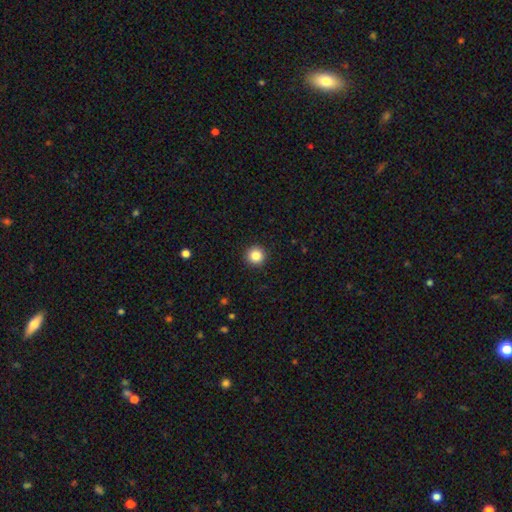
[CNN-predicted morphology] smooth-or-featured: smooth: 85% | star or artifact: 10% | featured or disk: 5%
  how-rounded: round: 95% | in between: 4% | cigar-shaped: 1%
  merging: none: 93% | minor disturbance: 4% | major disturbance: 2% | merger: 1%